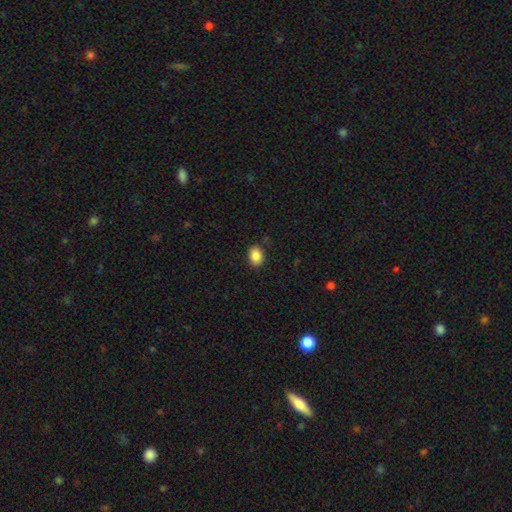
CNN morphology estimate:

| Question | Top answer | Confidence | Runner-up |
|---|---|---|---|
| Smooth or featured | smooth | 88% | star or artifact (9%) |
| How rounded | in between | 76% | round (23%) |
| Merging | none | 86% | minor disturbance (11%) |